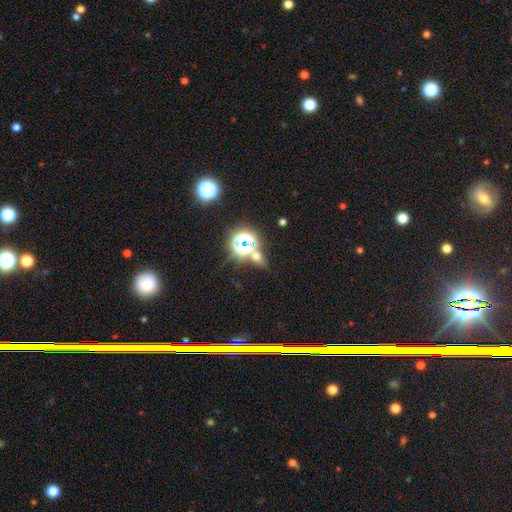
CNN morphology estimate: Smooth or featured?
  - star or artifact: 49% *
  - smooth: 40%
  - featured or disk: 11%